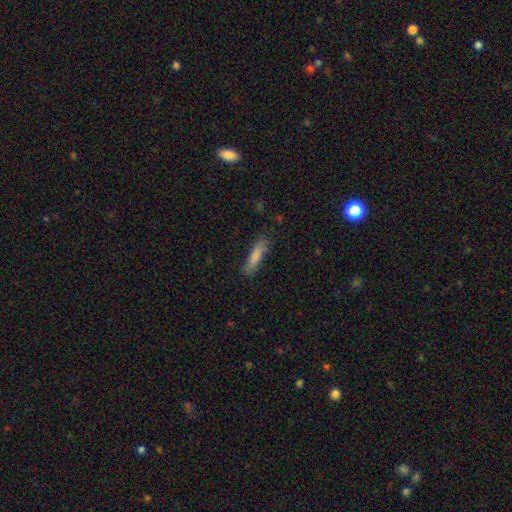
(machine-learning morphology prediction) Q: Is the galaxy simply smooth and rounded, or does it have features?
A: smooth — 82%.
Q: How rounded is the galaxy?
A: cigar-shaped — 81%.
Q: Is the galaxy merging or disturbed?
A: none — 79%.